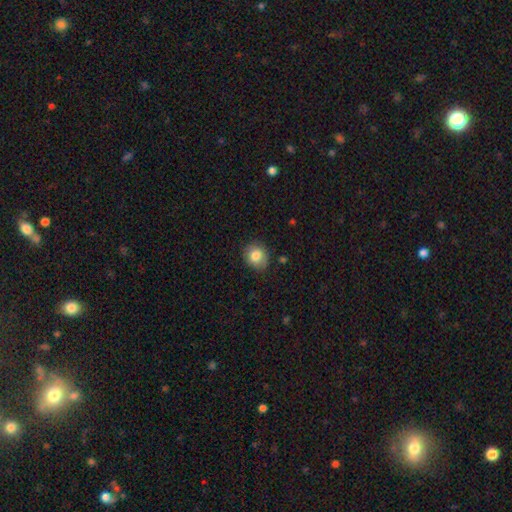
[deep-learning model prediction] Smooth or featured?
  - smooth: 82% *
  - star or artifact: 9%
  - featured or disk: 9%
How rounded?
  - round: 72% *
  - in between: 27%
  - cigar-shaped: 1%
Merging?
  - none: 84% *
  - minor disturbance: 12%
  - major disturbance: 2%
  - merger: 1%